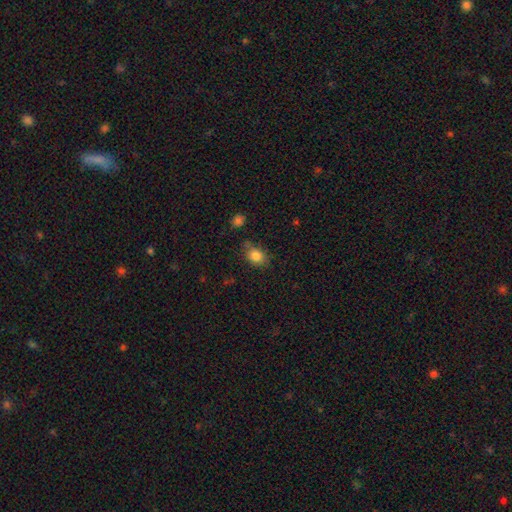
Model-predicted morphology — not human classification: Smooth or featured: smooth — 84% (star or artifact — 10%)
How rounded: in between — 63% (round — 35%)
Merging: none — 71% (minor disturbance — 20%)